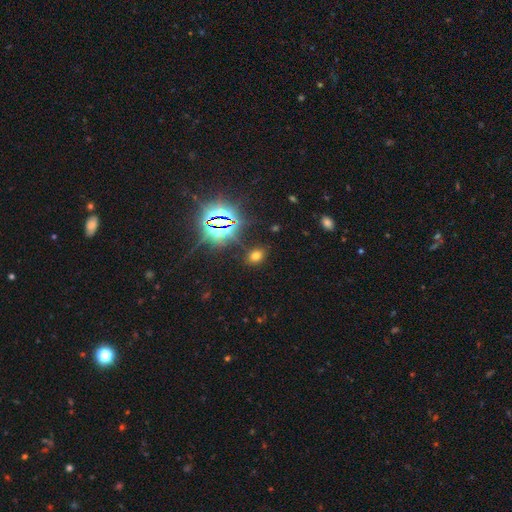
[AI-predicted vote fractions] Smooth or featured: smooth — 56% (star or artifact — 36%)
How rounded: in between — 68% (round — 31%)
Merging: none — 84% (minor disturbance — 10%)